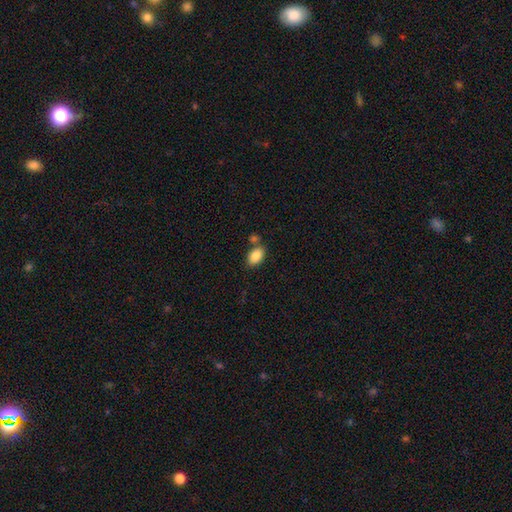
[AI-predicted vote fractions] smooth_or_featured: smooth (p=0.87) [alt: star or artifact p=0.08]
how_rounded: in between (p=0.89) [alt: round p=0.09]
merging: none (p=0.67) [alt: merger p=0.16]